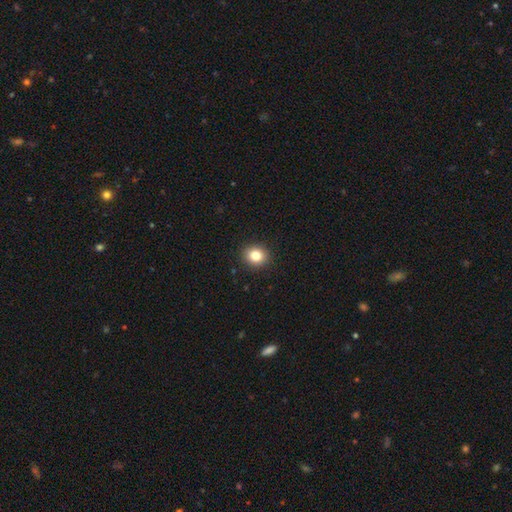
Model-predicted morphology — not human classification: A smooth galaxy with no disk features (82%) that is round (78%). Merging: none (92%).